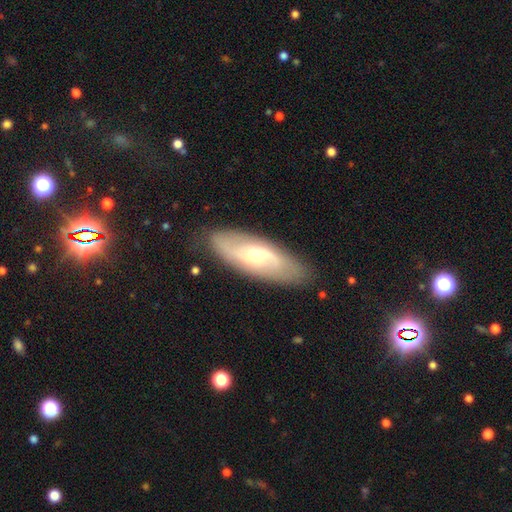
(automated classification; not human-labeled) A featured or disk galaxy (69%) with no bar (49%), spiral arms (81%) and a moderate central bulge (52%).

Vote fractions:
- Smooth or featured? featured or disk: 69% / smooth: 25% / star or artifact: 6%
- Edge-on disk? no: 85% / yes: 15%
- Bar? no: 49% / weak: 39% / strong: 11%
- Spiral arms? yes: 81% / no: 19%
- Bulge size? moderate: 52% / small: 43% / large: 3% / none: 1% / dominant: 1%
- Merging? none: 85% / minor disturbance: 11% / major disturbance: 3% / merger: 1%